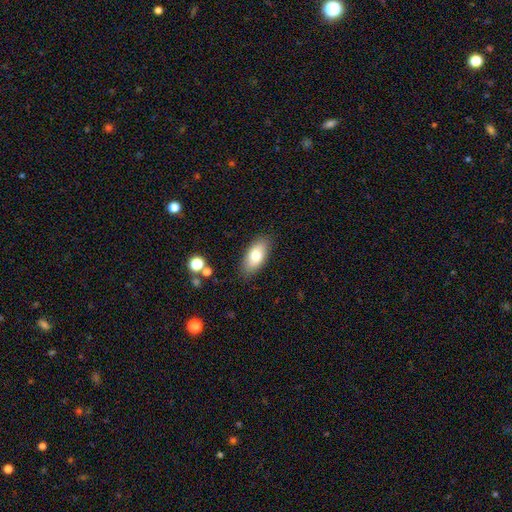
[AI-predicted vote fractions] This is likely a smooth galaxy (76%). How rounded: clearly in between (89%). Merging: clearly none (86%).